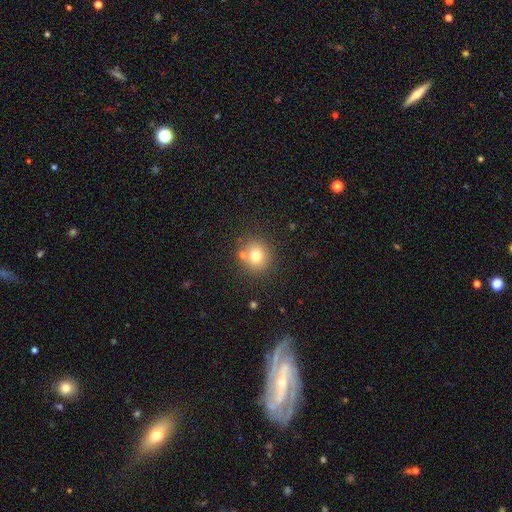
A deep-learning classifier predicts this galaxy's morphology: Smooth or featured? Predicted: smooth (p=0.74). How rounded? Predicted: round (p=0.88). Merging? Predicted: none (p=0.72).